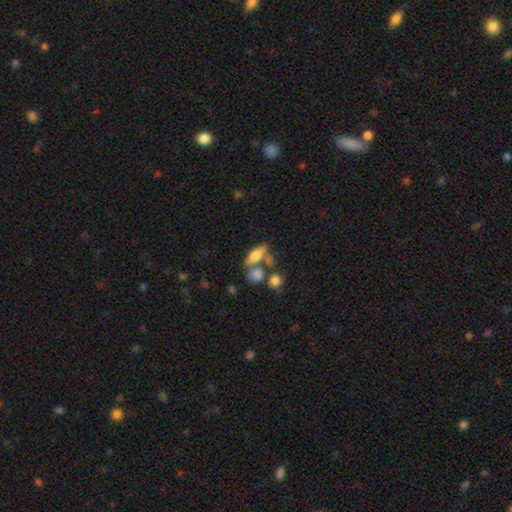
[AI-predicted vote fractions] Smooth or featured? Predicted: smooth (p=0.65). How rounded? Predicted: in between (p=0.63). Merging? Predicted: none (p=0.48).